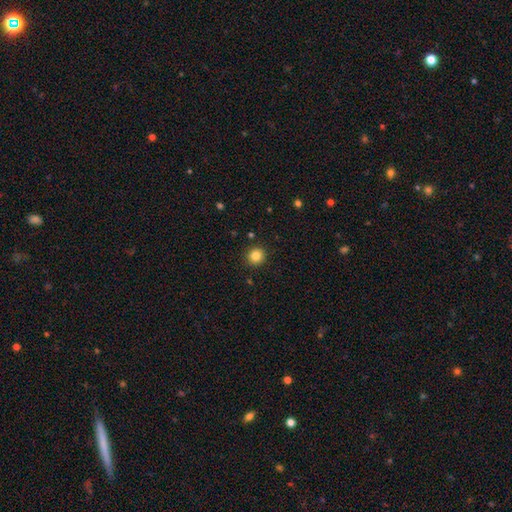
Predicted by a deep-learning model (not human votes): Q: Smooth or featured?
A: smooth (84%); runner-up: star or artifact (11%)
Q: How rounded?
A: round (94%); runner-up: in between (5%)
Q: Merging?
A: none (92%); runner-up: minor disturbance (5%)